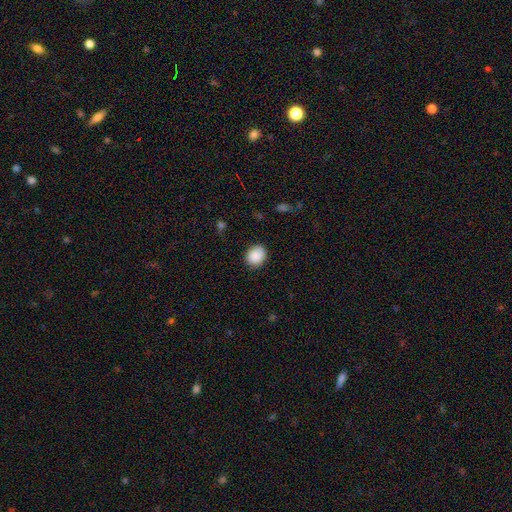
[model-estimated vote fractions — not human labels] smooth-or-featured: smooth: 89% | star or artifact: 8% | featured or disk: 3%
  how-rounded: round: 64% | in between: 35% | cigar-shaped: 1%
  merging: none: 86% | minor disturbance: 10% | major disturbance: 3% | merger: 1%